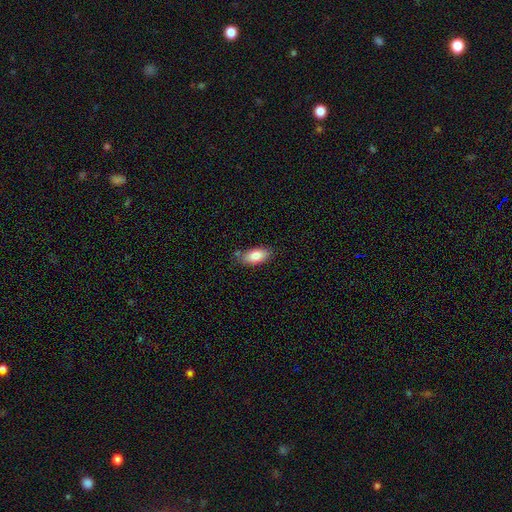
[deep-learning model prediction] This is clearly a smooth galaxy (83%). How rounded: clearly in between (90%). Merging: likely none (76%).